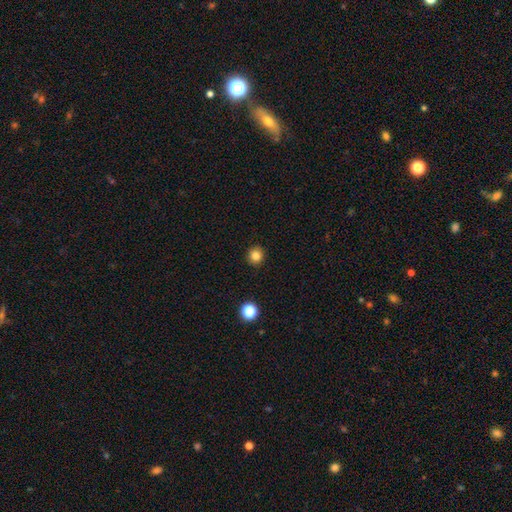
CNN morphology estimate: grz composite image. It shows a smooth galaxy with no disk features (83%) that is round (91%). Merging: none (91%).